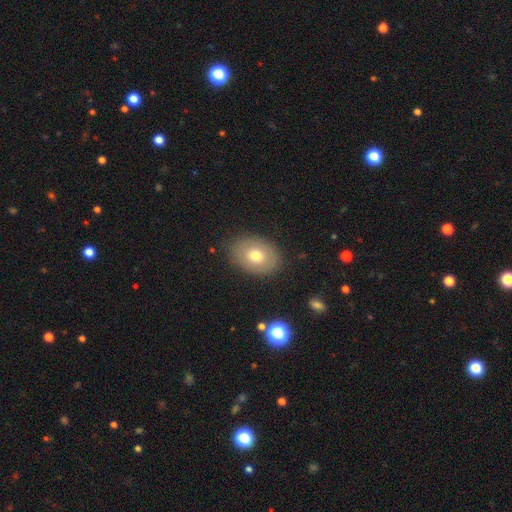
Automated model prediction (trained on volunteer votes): smooth 66%, featured or disk 25%, star or artifact 9%. Down the decision tree: how rounded — in between (74%); merging — none (85%).